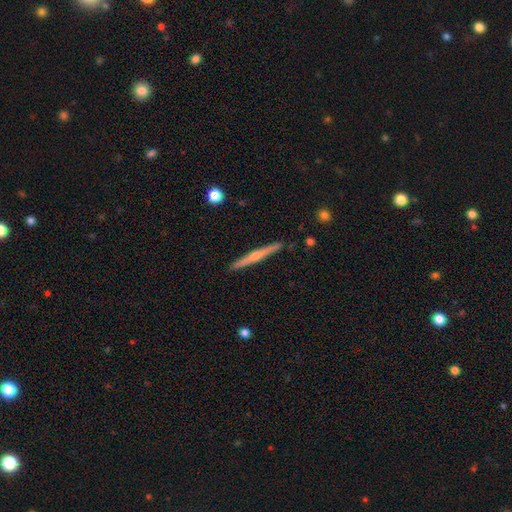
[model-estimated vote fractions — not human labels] Smooth or featured?
  - featured or disk: 64% *
  - smooth: 31%
  - star or artifact: 6%
Edge-on disk?
  - yes: 98% *
  - no: 2%
Edge-on bulge?
  - rounded: 68% *
  - none: 24%
  - boxy: 9%
Merging?
  - none: 92% *
  - minor disturbance: 6%
  - major disturbance: 1%
  - merger: 1%